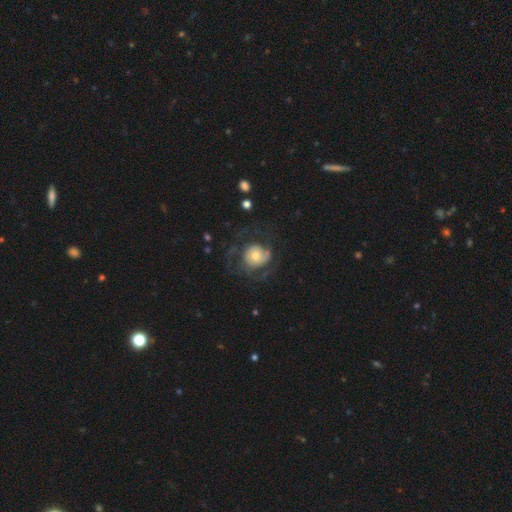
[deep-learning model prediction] Smooth or featured?
  - featured or disk: 66% *
  - smooth: 27%
  - star or artifact: 7%
Edge-on disk?
  - no: 98% *
  - yes: 2%
Bar?
  - no: 75% *
  - weak: 22%
  - strong: 4%
Spiral arms?
  - yes: 85% *
  - no: 15%
Spiral winding?
  - medium: 41% *
  - tight: 33%
  - loose: 27%
Spiral arm count?
  - 2: 37% *
  - can't tell: 27%
  - 3: 14%
  - 1: 13%
  - 4: 5%
  - more than 4: 4%
Bulge size?
  - moderate: 48% *
  - small: 32%
  - large: 14%
  - none: 3%
  - dominant: 3%
Merging?
  - none: 51% *
  - major disturbance: 30%
  - minor disturbance: 17%
  - merger: 2%